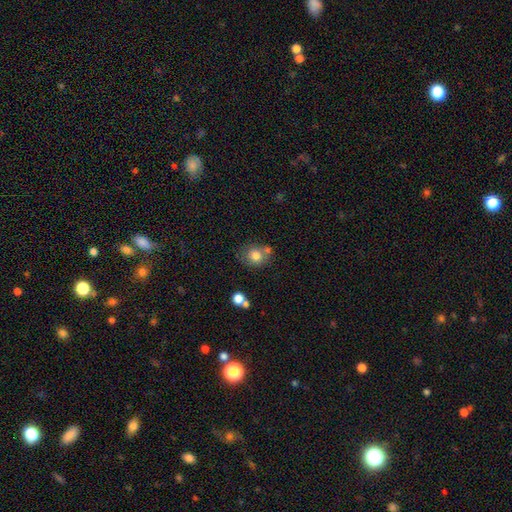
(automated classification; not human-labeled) smooth 77%, featured or disk 13%, star or artifact 10%. Down the decision tree: how rounded — round (68%); merging — none (56%).